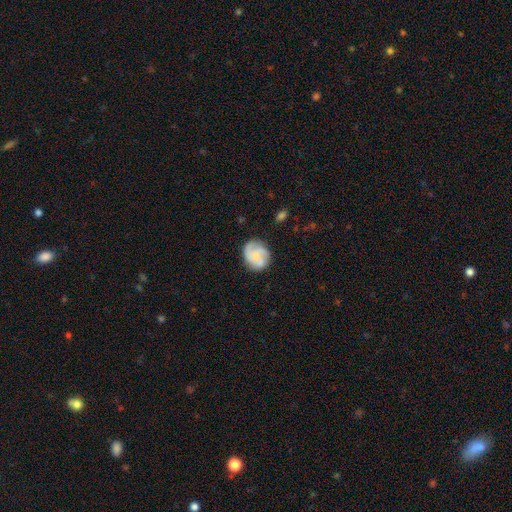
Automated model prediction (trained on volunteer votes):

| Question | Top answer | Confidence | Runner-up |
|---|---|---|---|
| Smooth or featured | smooth | 47% | featured or disk (46%) |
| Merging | none | 69% | minor disturbance (21%) |